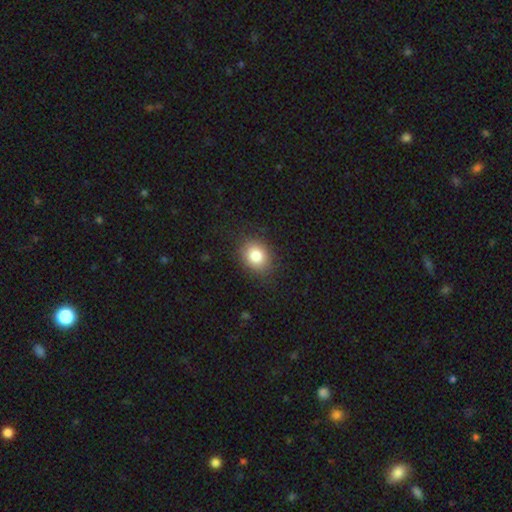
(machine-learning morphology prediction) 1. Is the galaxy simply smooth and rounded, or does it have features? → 82% smooth, 10% star or artifact, 8% featured or disk.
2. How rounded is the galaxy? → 56% round, 43% in between, 1% cigar-shaped.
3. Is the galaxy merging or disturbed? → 86% none, 10% minor disturbance, 3% major disturbance, 1% merger.